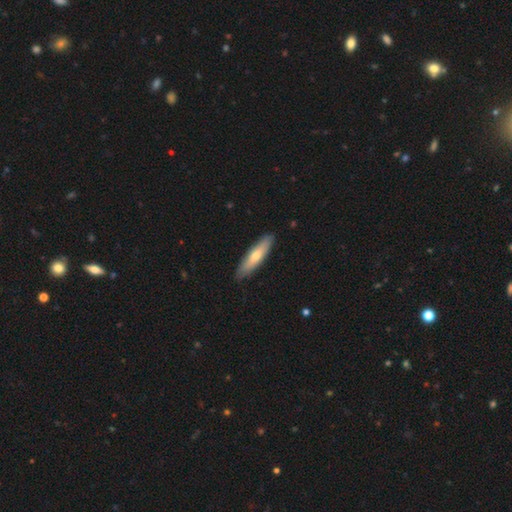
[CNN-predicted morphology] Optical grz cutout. It shows a smooth galaxy with no disk features (63%) that is cigar-shaped (74%). Merging: none (88%).